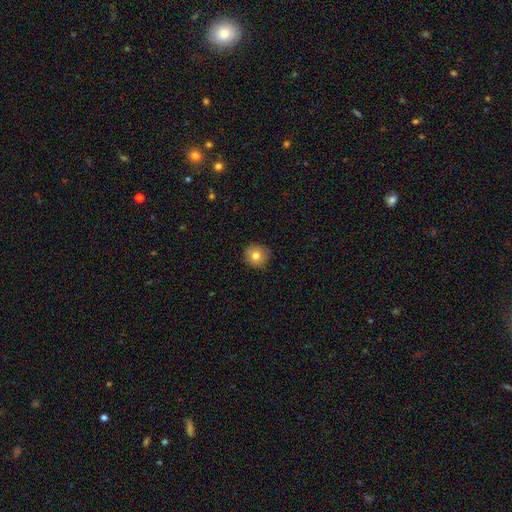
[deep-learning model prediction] Smooth or featured?
  - smooth: 78% *
  - featured or disk: 12%
  - star or artifact: 10%
How rounded?
  - round: 93% *
  - in between: 6%
  - cigar-shaped: 1%
Merging?
  - none: 88% *
  - minor disturbance: 9%
  - major disturbance: 2%
  - merger: 1%